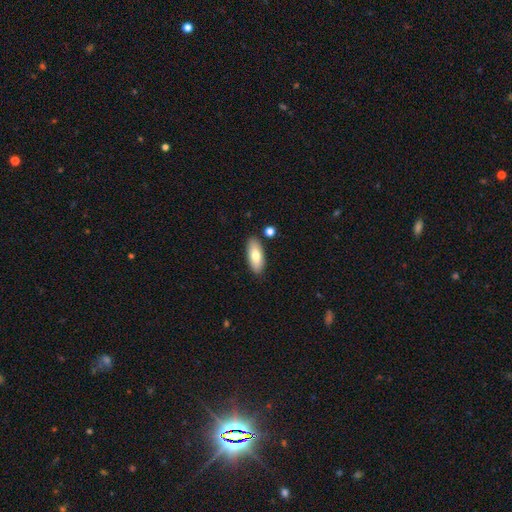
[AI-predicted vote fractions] The model was most divided on "smooth or featured": smooth: 75%, featured or disk: 19%, star or artifact: 6%. More confident: merging — none (85%); how rounded — in between (83%).